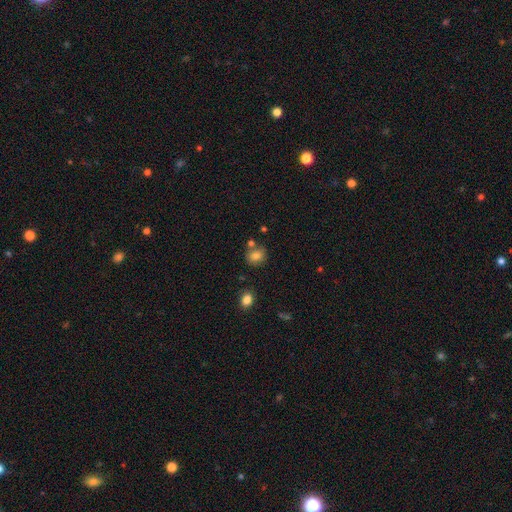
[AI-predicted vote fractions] This appears to be a smooth galaxy with no disk features (80%) that is round (70%). Merging: none (73%).